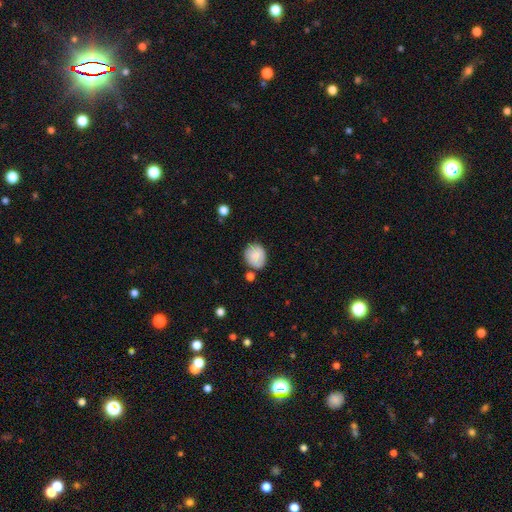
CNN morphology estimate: type=smooth (83%); roundness=round (63%); merging=none (74%).